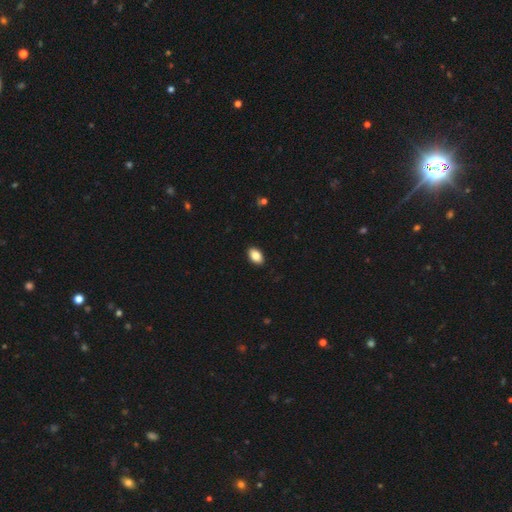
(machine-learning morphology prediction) Smooth or featured? smooth (86%)
How rounded? in between (90%)
Merging? none (90%)